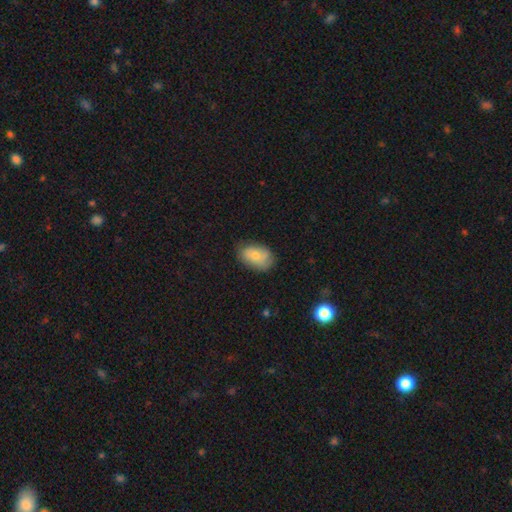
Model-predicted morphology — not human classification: The model was most divided on "smooth or featured": smooth: 70%, featured or disk: 23%, star or artifact: 7%. More confident: how rounded — in between (88%); merging — none (71%).